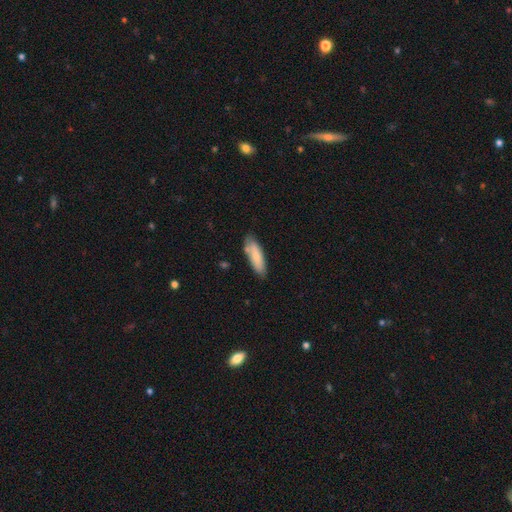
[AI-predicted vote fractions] Smooth or featured: smooth — 75% (featured or disk — 19%)
How rounded: in between — 52% (cigar-shaped — 47%)
Merging: none — 73% (minor disturbance — 18%)